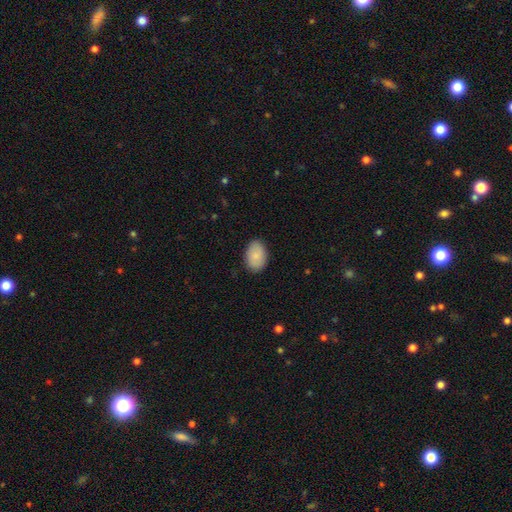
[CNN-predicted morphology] The model was most divided on "merging": none: 86%, minor disturbance: 11%, major disturbance: 2%, merger: 1%. More confident: how rounded — in between (88%); smooth or featured — smooth (86%).